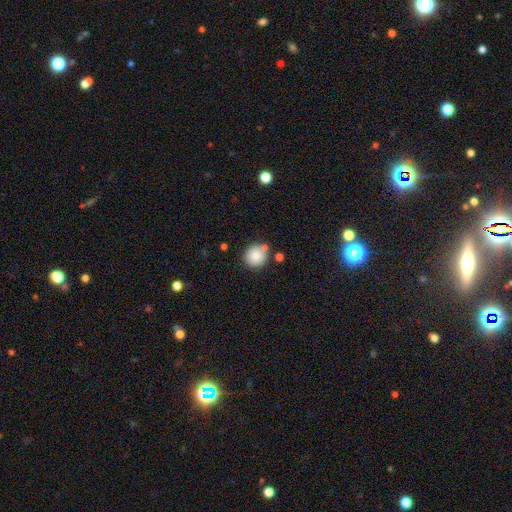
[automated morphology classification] Q: Smooth or featured?
A: smooth (85%); runner-up: star or artifact (9%)
Q: How rounded?
A: round (91%); runner-up: in between (8%)
Q: Merging?
A: none (73%); runner-up: merger (12%)